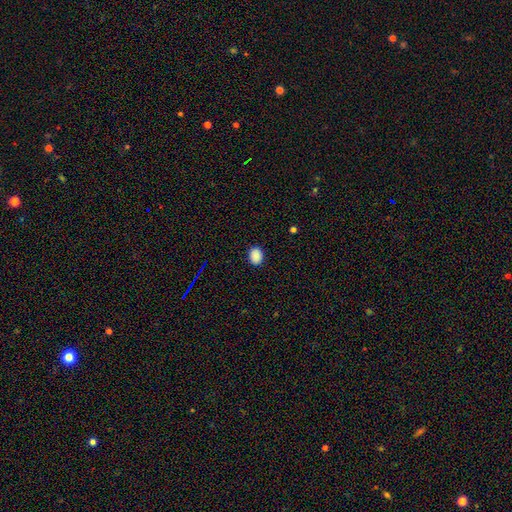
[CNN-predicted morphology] A smooth galaxy with no disk features (87%) that is in between round and cigar-shaped (60%). Merging: none (88%).